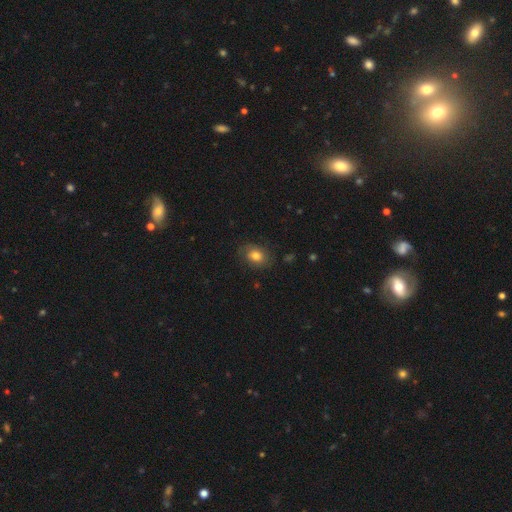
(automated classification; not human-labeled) Smooth or featured?
  - smooth: 68% *
  - featured or disk: 21%
  - star or artifact: 11%
How rounded?
  - in between: 58% *
  - round: 40%
  - cigar-shaped: 1%
Merging?
  - none: 75% *
  - minor disturbance: 17%
  - major disturbance: 6%
  - merger: 1%